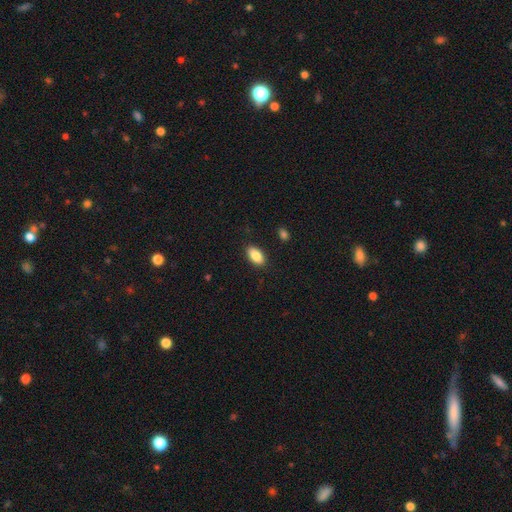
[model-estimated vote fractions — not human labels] Overall: smooth (86%). How rounded: in between (92%). Merging: none (88%).